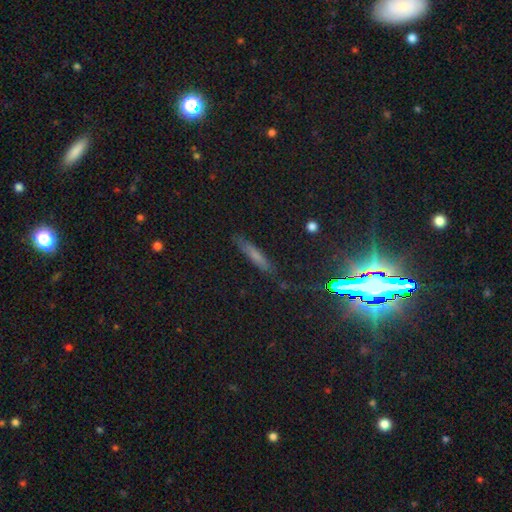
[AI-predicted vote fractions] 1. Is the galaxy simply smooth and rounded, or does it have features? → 58% smooth, 23% featured or disk, 19% star or artifact.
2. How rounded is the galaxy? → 89% cigar-shaped, 9% in between, 3% round.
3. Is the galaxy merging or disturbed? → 82% none, 13% minor disturbance, 3% major disturbance, 2% merger.